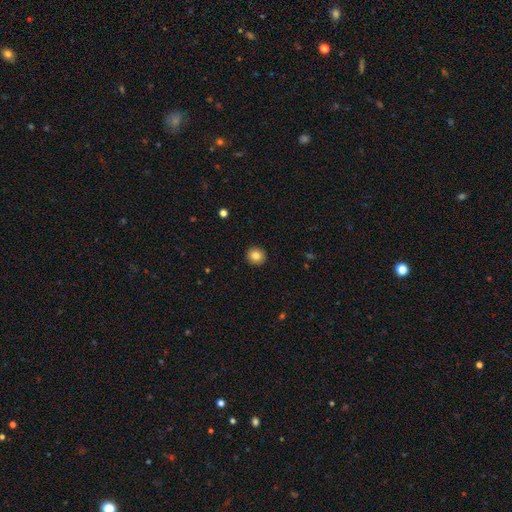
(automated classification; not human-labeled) smooth_or_featured: smooth (p=0.84) [alt: star or artifact p=0.09]
how_rounded: round (p=0.90) [alt: in between p=0.09]
merging: none (p=0.92) [alt: minor disturbance p=0.05]